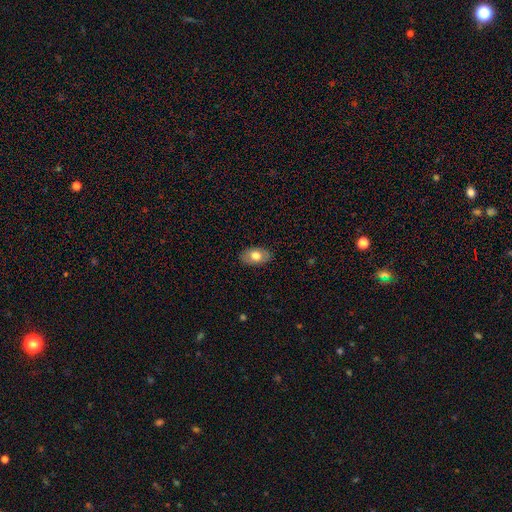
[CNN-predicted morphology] Overall: smooth (72%). How rounded: in between (91%). Merging: none (86%).